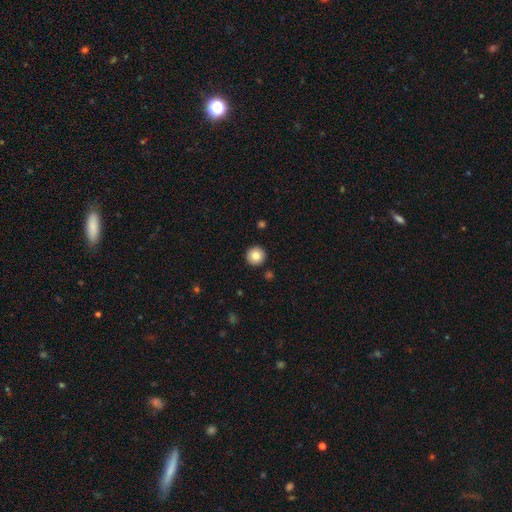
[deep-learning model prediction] This is clearly a smooth galaxy (83%). How rounded: clearly round (96%). Merging: clearly none (93%).